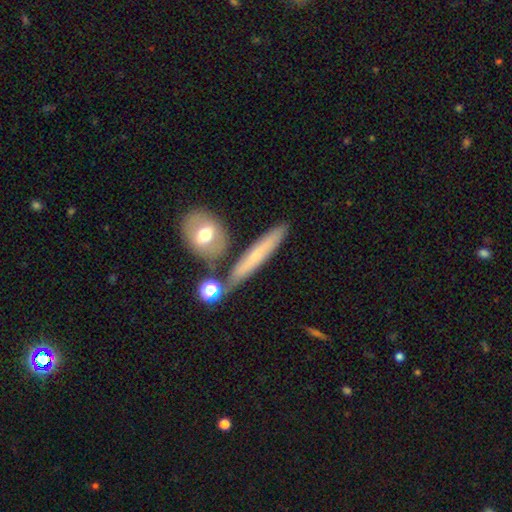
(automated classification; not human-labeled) A smooth galaxy with no disk features (55%) that is cigar-shaped (83%). Merging: none (73%).